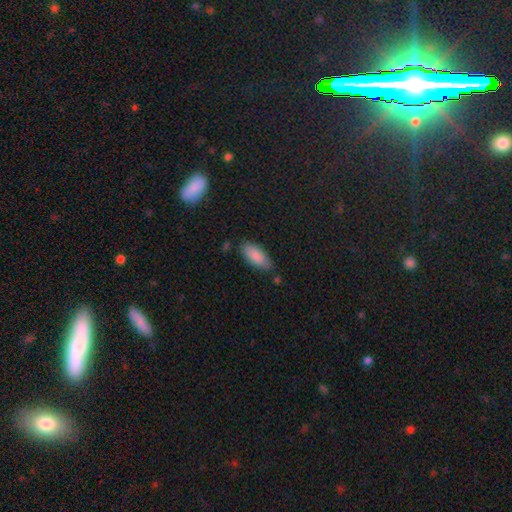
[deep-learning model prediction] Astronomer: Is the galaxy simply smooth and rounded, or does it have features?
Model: smooth — 88%.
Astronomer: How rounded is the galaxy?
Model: in between — 83%.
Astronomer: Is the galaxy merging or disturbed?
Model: none — 76%.